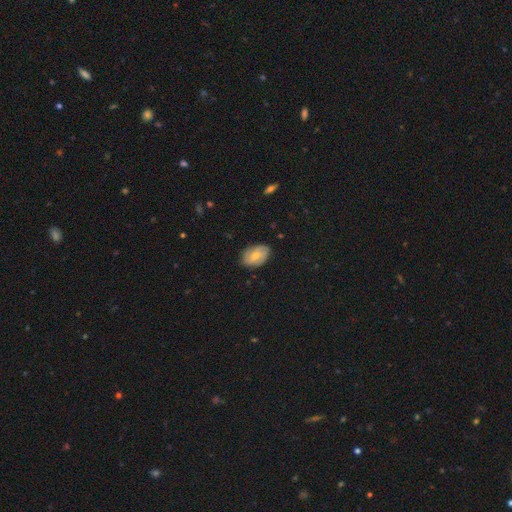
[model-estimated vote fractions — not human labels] The model was most divided on "smooth or featured": smooth: 47%, featured or disk: 45%, star or artifact: 8%. More confident: merging — none (77%).